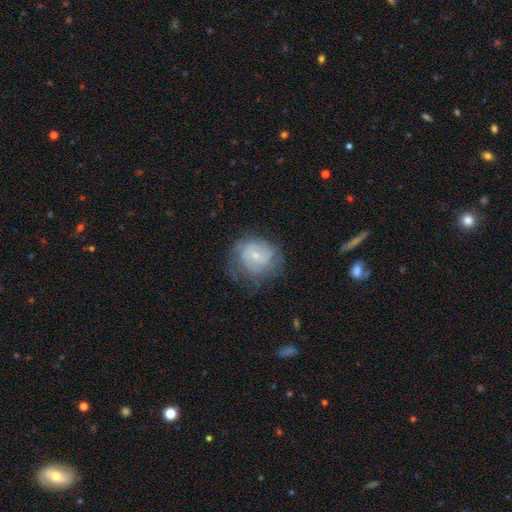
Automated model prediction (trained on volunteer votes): Smooth or featured?
  - featured or disk: 60% *
  - smooth: 32%
  - star or artifact: 8%
Edge-on disk?
  - no: 98% *
  - yes: 2%
Bar?
  - no: 70% *
  - weak: 26%
  - strong: 4%
Spiral arms?
  - yes: 79% *
  - no: 21%
Bulge size?
  - small: 74% *
  - moderate: 20%
  - none: 4%
  - large: 1%
  - dominant: 1%
Merging?
  - none: 56% *
  - minor disturbance: 25%
  - major disturbance: 18%
  - merger: 1%